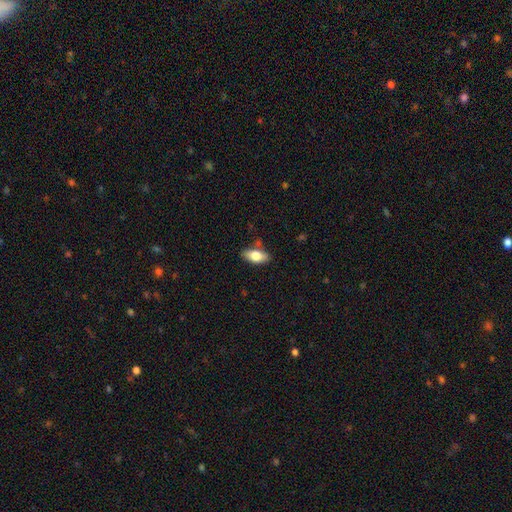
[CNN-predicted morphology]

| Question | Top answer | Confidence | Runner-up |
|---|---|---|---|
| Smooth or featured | smooth | 74% | featured or disk (19%) |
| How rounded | in between | 88% | cigar-shaped (8%) |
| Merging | none | 78% | minor disturbance (15%) |